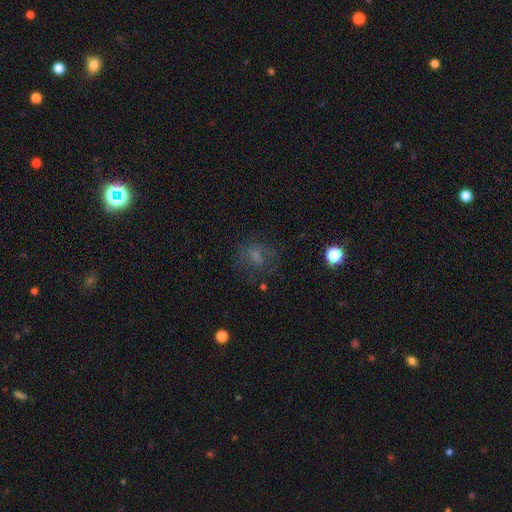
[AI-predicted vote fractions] smooth_or_featured: smooth (p=0.51) [alt: featured or disk p=0.29]
how_rounded: in between (p=0.50) [alt: round p=0.46]
merging: none (p=0.60) [alt: major disturbance p=0.19]